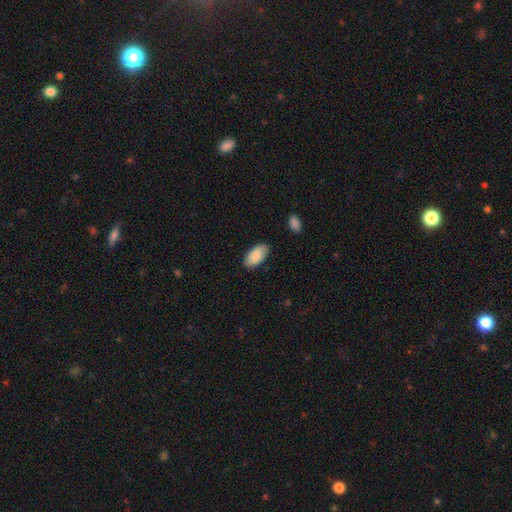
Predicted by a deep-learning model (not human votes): This appears to be a smooth galaxy with no disk features (83%) that is in between round and cigar-shaped (95%). Merging: none (82%).